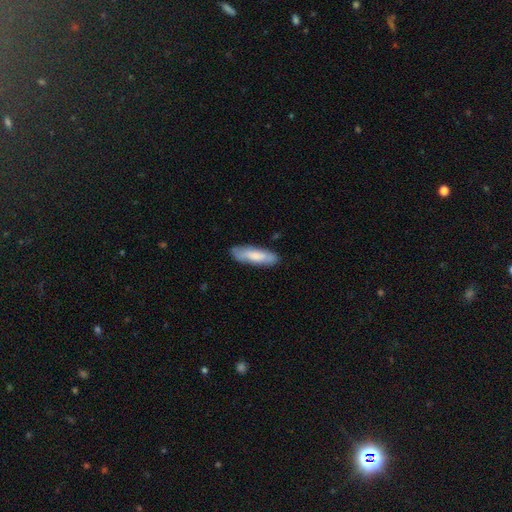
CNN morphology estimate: Overall: smooth (72%). How rounded: cigar-shaped (58%; in between 40%). Merging: none (81%).